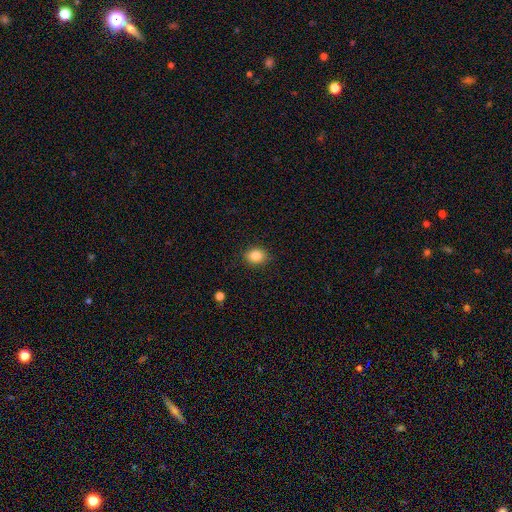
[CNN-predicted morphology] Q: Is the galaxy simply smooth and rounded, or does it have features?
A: smooth — 85%.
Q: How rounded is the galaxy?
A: in between — 58%.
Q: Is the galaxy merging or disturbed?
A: none — 88%.